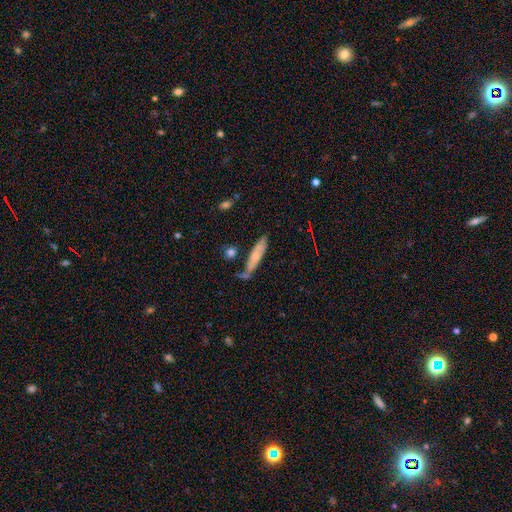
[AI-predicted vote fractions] This appears to be a smooth galaxy with no disk features (56%) that is cigar-shaped (78%). Merging: none (55%).